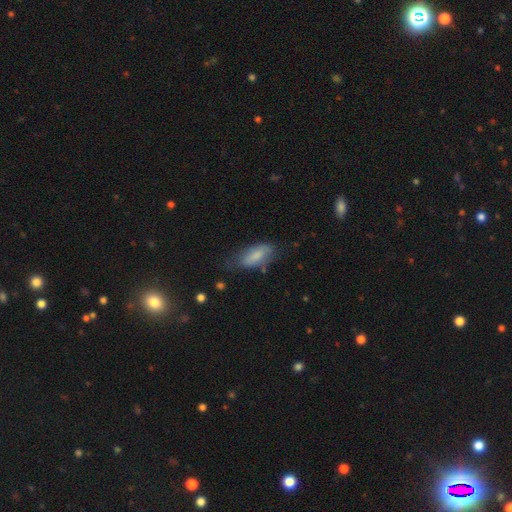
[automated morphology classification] smooth_or_featured: smooth (p=0.75) [alt: featured or disk p=0.18]
how_rounded: in between (p=0.83) [alt: cigar-shaped p=0.14]
merging: none (p=0.55) [alt: minor disturbance p=0.31]